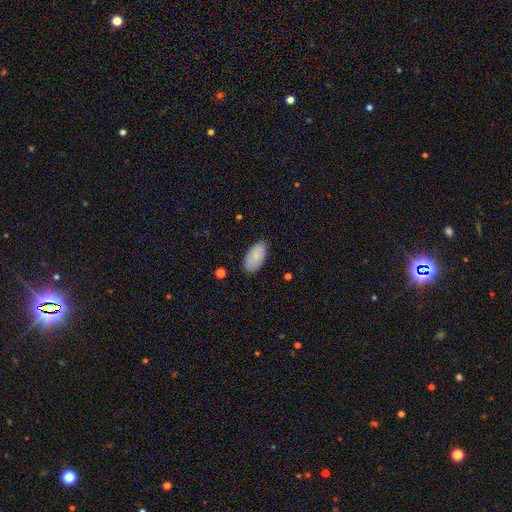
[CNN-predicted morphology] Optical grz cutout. It shows a smooth galaxy with no disk features (81%) that is in between round and cigar-shaped (95%). Merging: none (84%).